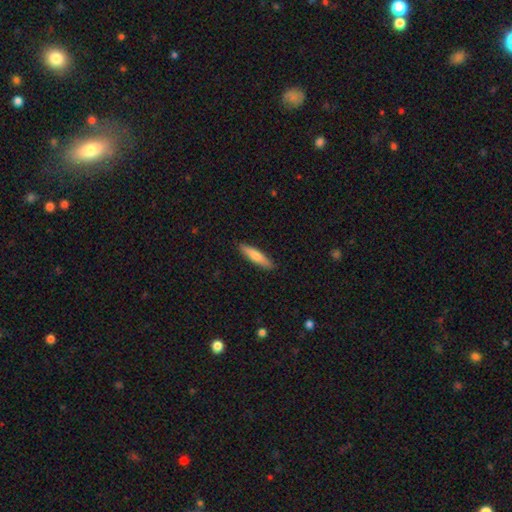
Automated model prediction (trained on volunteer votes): smooth_or_featured: smooth (p=0.68) [alt: featured or disk p=0.27]
how_rounded: cigar-shaped (p=0.85) [alt: in between p=0.14]
merging: none (p=0.90) [alt: minor disturbance p=0.07]